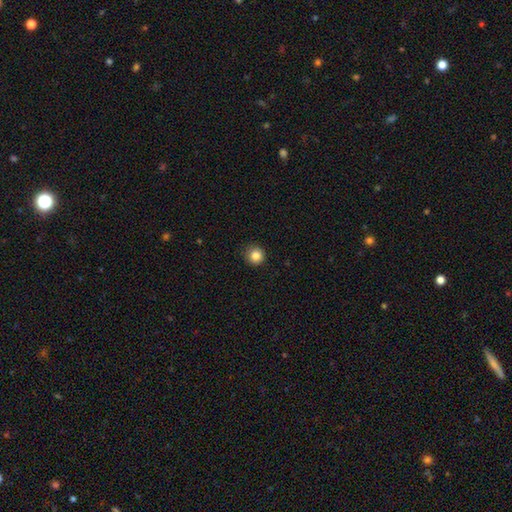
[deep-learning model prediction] Smooth or featured?
  - smooth: 85% *
  - star or artifact: 11%
  - featured or disk: 5%
How rounded?
  - round: 94% *
  - in between: 5%
  - cigar-shaped: 1%
Merging?
  - none: 87% *
  - minor disturbance: 10%
  - major disturbance: 2%
  - merger: 1%